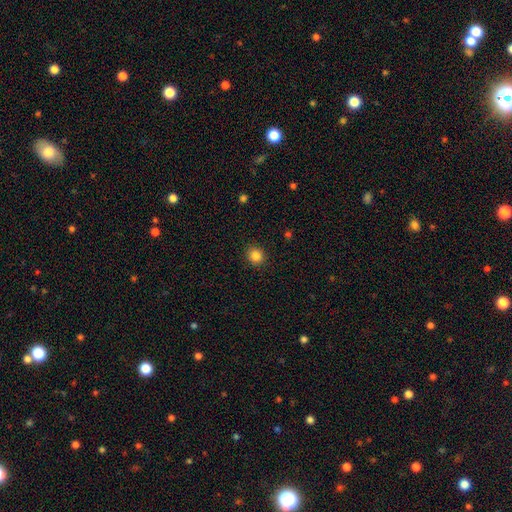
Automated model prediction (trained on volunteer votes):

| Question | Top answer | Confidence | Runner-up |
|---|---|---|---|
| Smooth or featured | smooth | 85% | star or artifact (11%) |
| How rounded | round | 88% | in between (11%) |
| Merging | none | 91% | minor disturbance (6%) |